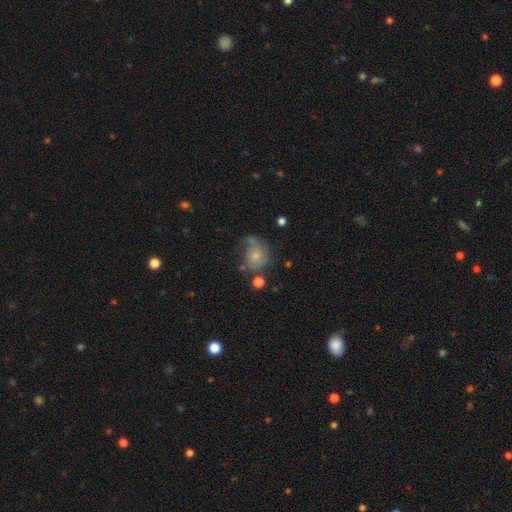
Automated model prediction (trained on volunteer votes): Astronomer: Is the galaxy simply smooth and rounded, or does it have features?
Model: smooth — 53% (runner-up: featured or disk, 35%).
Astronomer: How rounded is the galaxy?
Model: round — 57% (runner-up: in between, 42%).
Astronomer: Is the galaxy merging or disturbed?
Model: none — 42% (runner-up: minor disturbance, 27%).